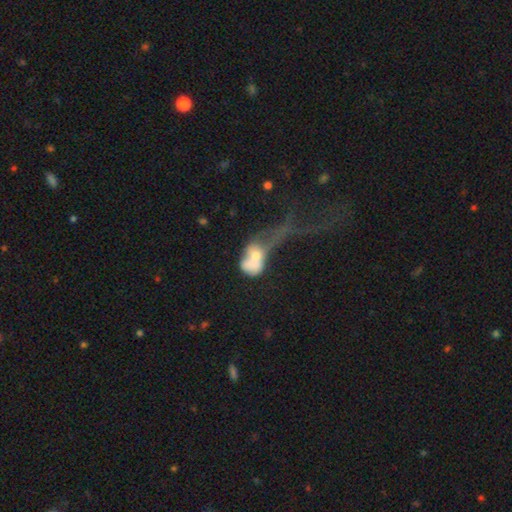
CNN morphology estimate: Smooth or featured? Predicted: smooth (p=0.58). How rounded? Predicted: in between (p=0.69). Merging? Predicted: merger (p=0.43).